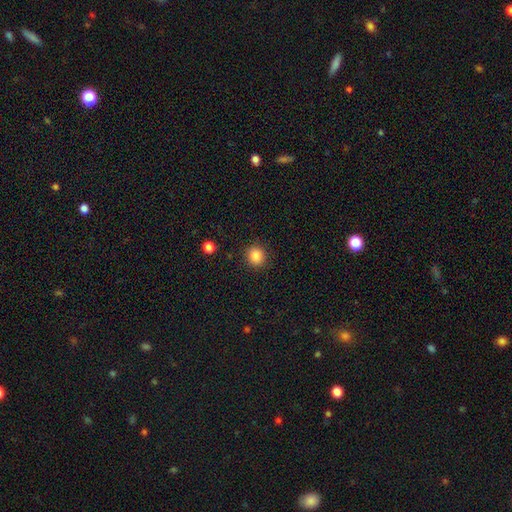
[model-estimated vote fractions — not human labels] A smooth galaxy with no disk features (86%) that is round (87%).

Vote fractions:
- Smooth or featured? smooth: 86% / star or artifact: 11% / featured or disk: 4%
- How rounded? round: 87% / in between: 12% / cigar-shaped: 1%
- Merging? none: 90% / minor disturbance: 6% / major disturbance: 2% / merger: 1%